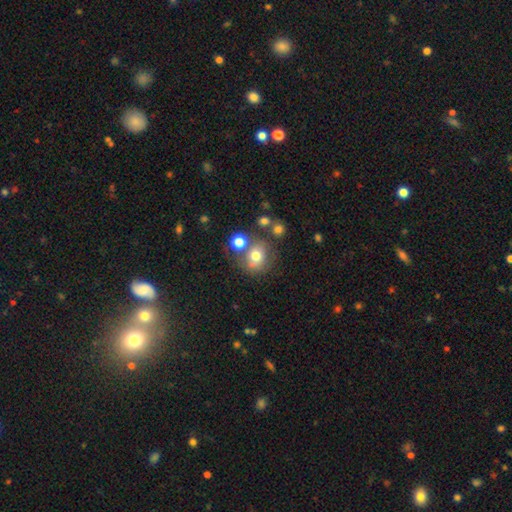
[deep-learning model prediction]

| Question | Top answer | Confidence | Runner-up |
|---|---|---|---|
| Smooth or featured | smooth | 70% | featured or disk (17%) |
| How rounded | round | 75% | in between (24%) |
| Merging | none | 56% | merger (21%) |